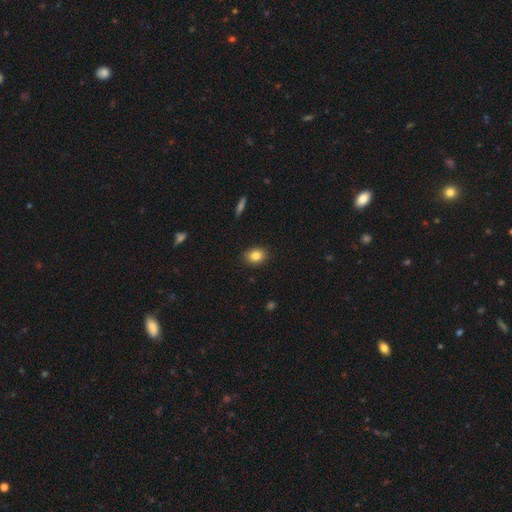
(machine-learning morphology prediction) This is clearly a smooth galaxy (84%). How rounded: likely in between (64%). Merging: clearly none (88%).